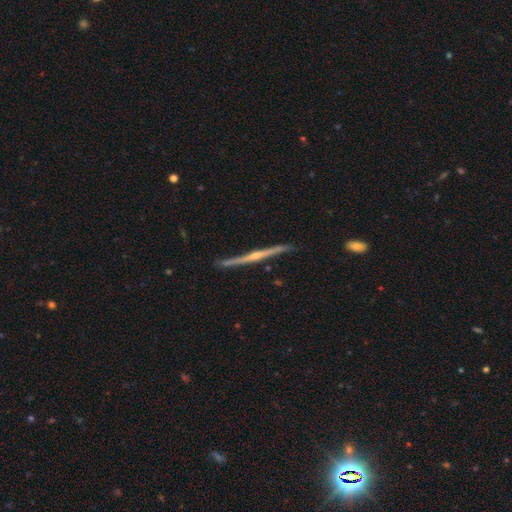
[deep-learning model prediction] Smooth or featured?
  - featured or disk: 85% *
  - smooth: 10%
  - star or artifact: 5%
Edge-on disk?
  - yes: 98% *
  - no: 2%
Edge-on bulge?
  - rounded: 77% *
  - none: 17%
  - boxy: 5%
Merging?
  - none: 87% *
  - minor disturbance: 10%
  - major disturbance: 2%
  - merger: 1%